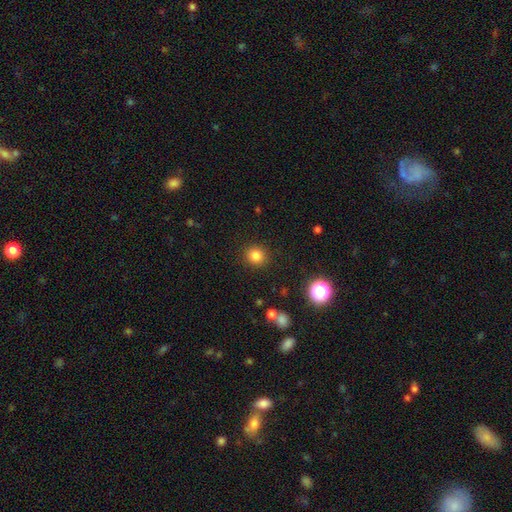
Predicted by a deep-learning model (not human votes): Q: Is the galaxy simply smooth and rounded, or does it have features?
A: smooth — 82%.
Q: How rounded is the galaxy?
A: round — 89%.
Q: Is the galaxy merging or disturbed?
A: none — 90%.